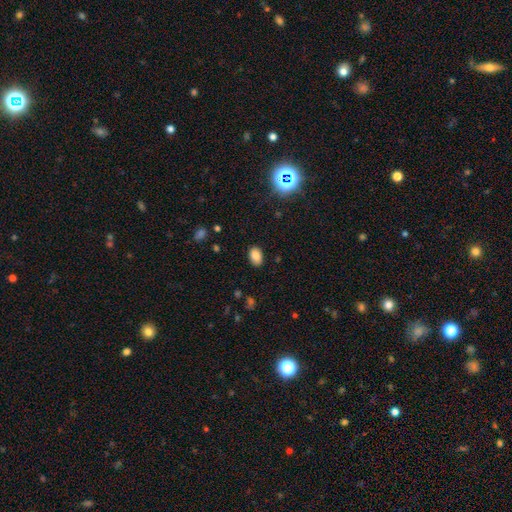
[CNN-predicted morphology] smooth 83%, star or artifact 11%, featured or disk 6%. Down the decision tree: how rounded — in between (86%); merging — none (87%).